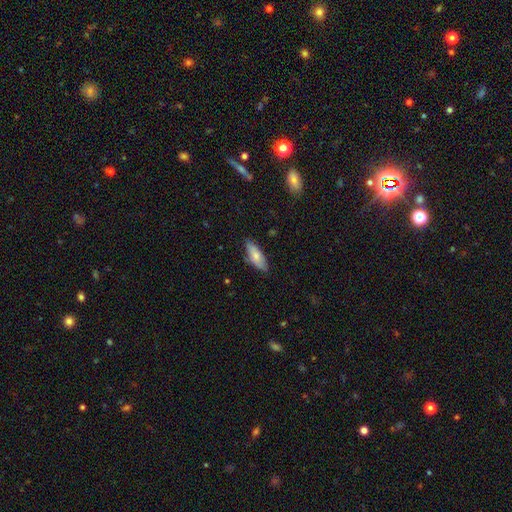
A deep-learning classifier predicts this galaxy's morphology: Q: Smooth or featured?
A: smooth (72%); runner-up: featured or disk (22%)
Q: How rounded?
A: in between (68%); runner-up: cigar-shaped (30%)
Q: Merging?
A: none (76%); runner-up: minor disturbance (19%)